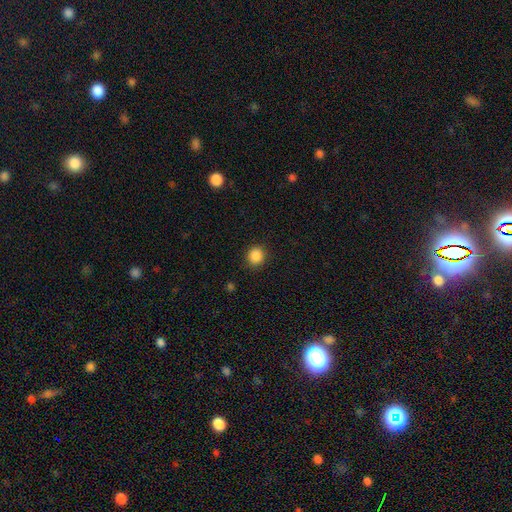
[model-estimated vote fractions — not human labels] This is clearly a smooth galaxy (87%). How rounded: clearly round (80%). Merging: clearly none (89%).